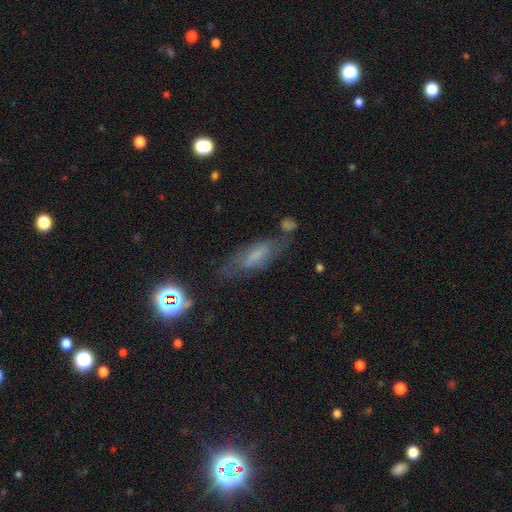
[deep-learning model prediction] This appears to be a featured or disk galaxy (47%). Merging: none (59%).